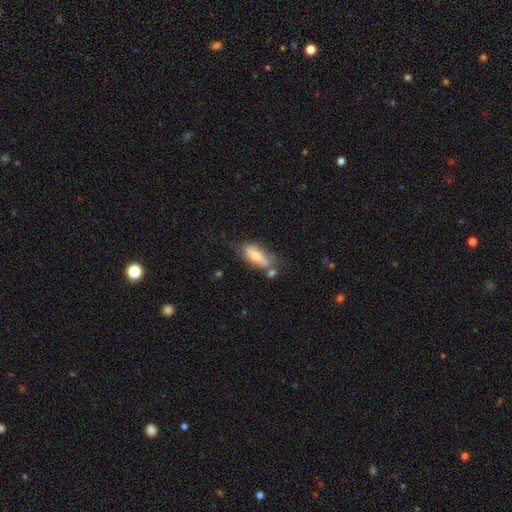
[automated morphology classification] type=smooth (52%); roundness=in between (70%); merging=none (57%).